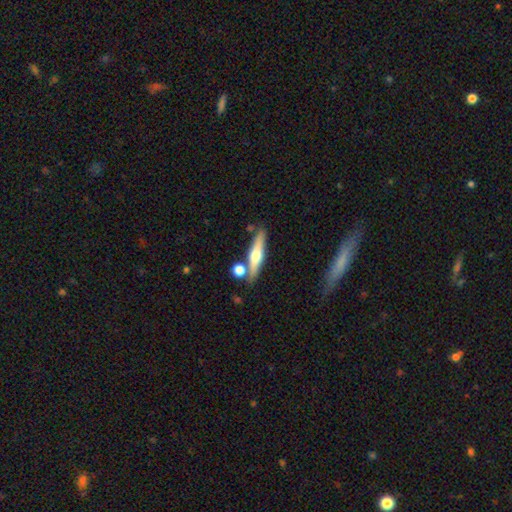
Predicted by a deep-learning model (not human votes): Q: Smooth or featured?
A: featured or disk (52%); runner-up: smooth (41%)
Q: Edge-on disk?
A: yes (93%); runner-up: no (7%)
Q: Merging?
A: none (74%); runner-up: merger (13%)